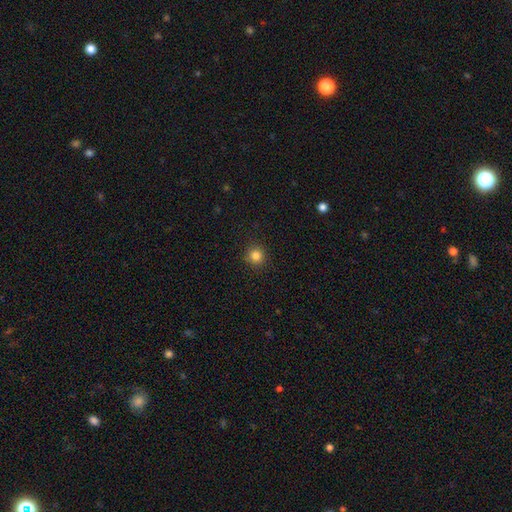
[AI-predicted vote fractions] Smooth or featured? Predicted: smooth (p=0.83). How rounded? Predicted: round (p=0.94). Merging? Predicted: none (p=0.91).